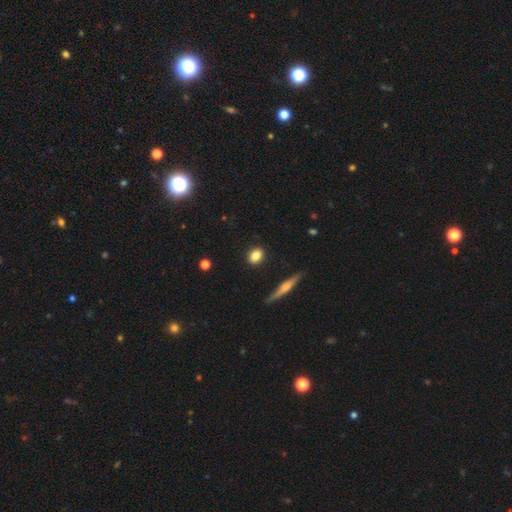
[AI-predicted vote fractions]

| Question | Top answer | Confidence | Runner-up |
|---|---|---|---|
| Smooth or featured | smooth | 83% | featured or disk (9%) |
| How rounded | round | 52% | in between (44%) |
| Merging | none | 89% | minor disturbance (8%) |